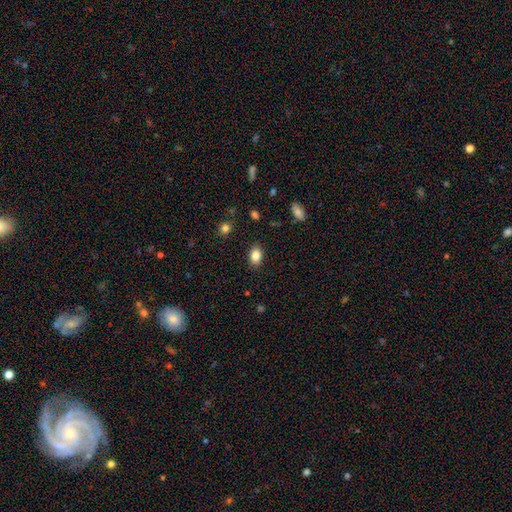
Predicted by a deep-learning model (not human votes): smooth_or_featured: smooth (p=0.85) [alt: star or artifact p=0.09]
how_rounded: in between (p=0.83) [alt: round p=0.16]
merging: none (p=0.87) [alt: minor disturbance p=0.09]